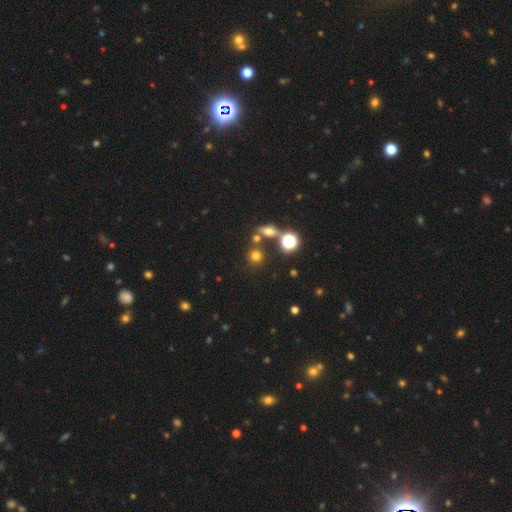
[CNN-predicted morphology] type=smooth (68%); roundness=round (88%); merging=none (74%).